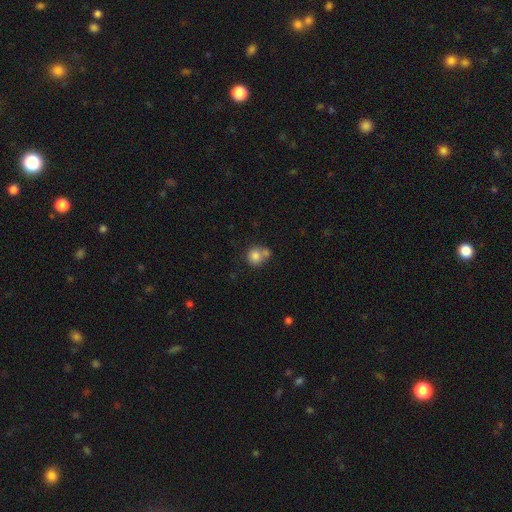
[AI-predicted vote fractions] The model was most divided on "merging": none: 47%, merger: 37%, minor disturbance: 12%, major disturbance: 4%. More confident: how rounded — round (87%); smooth or featured — smooth (80%).